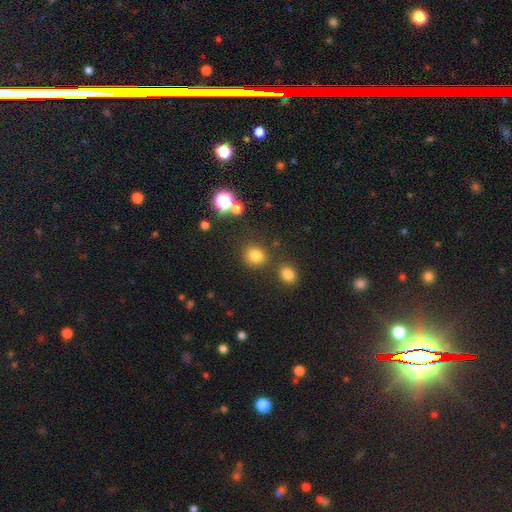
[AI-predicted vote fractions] The model was most divided on "how rounded": round: 76%, in between: 23%, cigar-shaped: 1%. More confident: merging — none (79%); smooth or featured — smooth (79%).